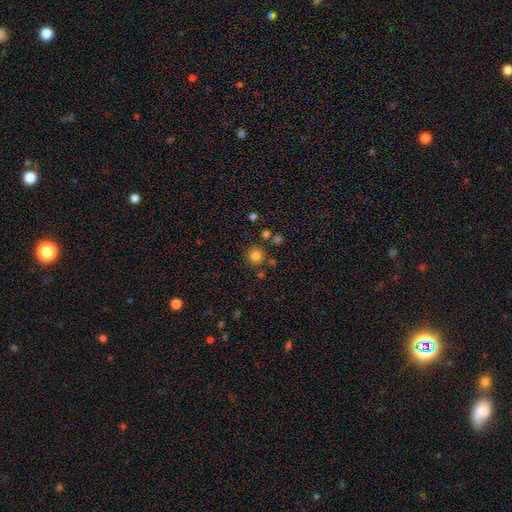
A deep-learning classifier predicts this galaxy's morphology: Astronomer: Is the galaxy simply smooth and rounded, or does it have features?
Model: smooth — 82%.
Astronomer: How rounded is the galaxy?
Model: round — 93%.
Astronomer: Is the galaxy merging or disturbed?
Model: none — 82%.